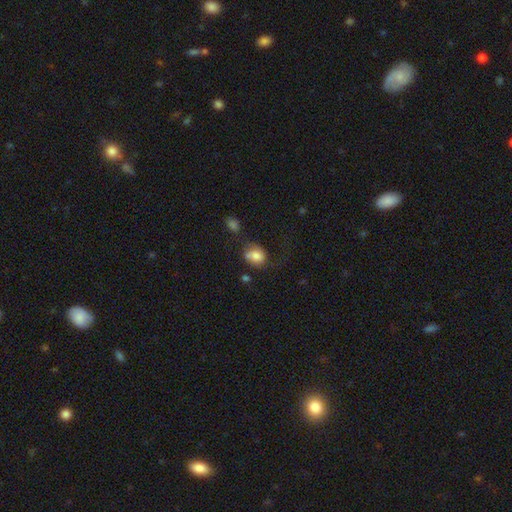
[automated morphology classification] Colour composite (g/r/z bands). It shows a smooth galaxy with no disk features (71%) that is in between round and cigar-shaped (51%). Merging: none (42%).